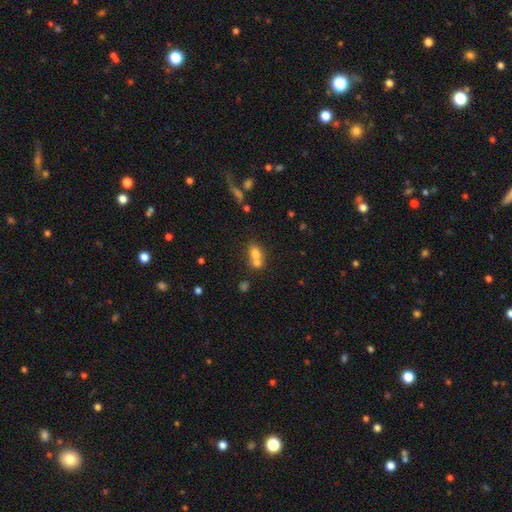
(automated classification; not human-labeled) Q: Smooth or featured?
A: smooth (71%); runner-up: featured or disk (17%)
Q: How rounded?
A: in between (56%); runner-up: round (42%)
Q: Merging?
A: merger (62%); runner-up: none (27%)